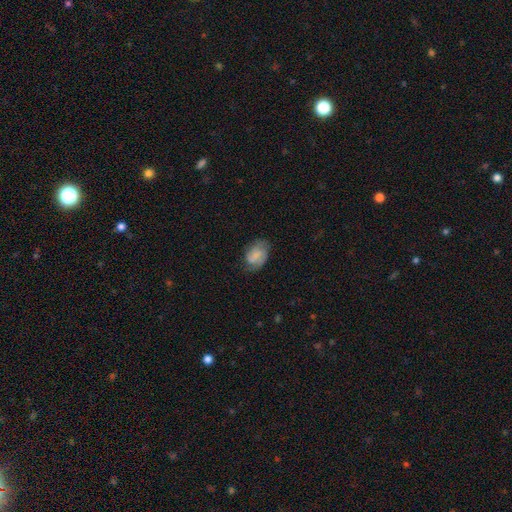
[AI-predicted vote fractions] smooth-or-featured: featured or disk: 47% | smooth: 44% | star or artifact: 9%
  merging: none: 65% | minor disturbance: 24% | major disturbance: 10% | merger: 1%